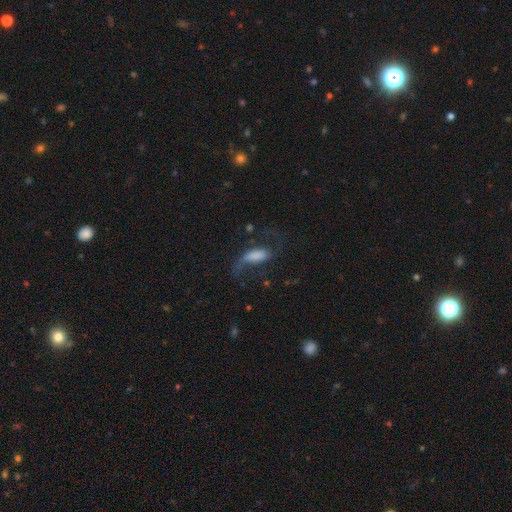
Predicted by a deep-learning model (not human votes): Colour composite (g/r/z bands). It shows a smooth galaxy with no disk features (47%). Merging: none (41%).